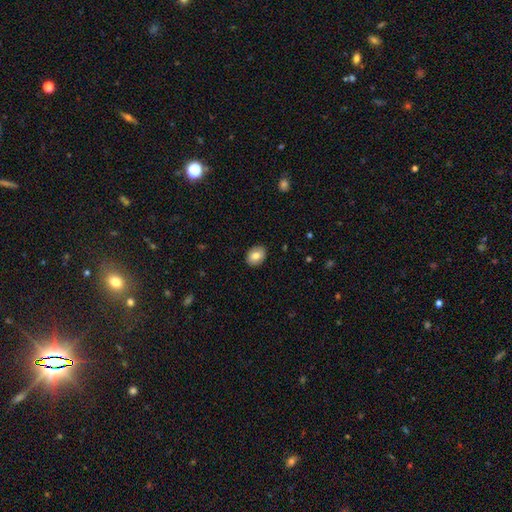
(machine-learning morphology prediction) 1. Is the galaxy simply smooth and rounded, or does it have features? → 79% smooth, 14% featured or disk, 7% star or artifact.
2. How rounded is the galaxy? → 66% in between, 33% round, 1% cigar-shaped.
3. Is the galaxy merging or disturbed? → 89% none, 8% minor disturbance, 2% major disturbance, 1% merger.